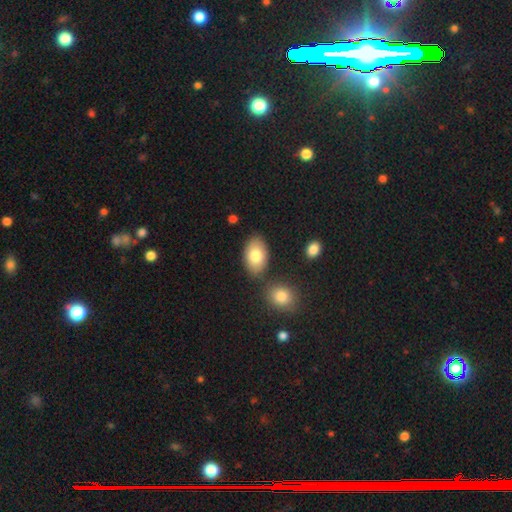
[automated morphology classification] type=smooth (80%); roundness=in between (90%); merging=none (76%).